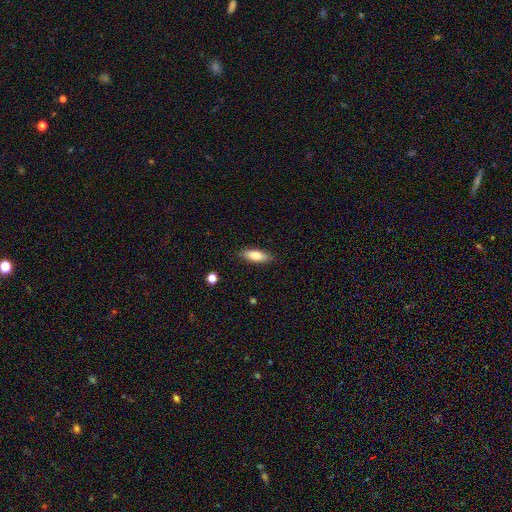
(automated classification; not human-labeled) Smooth or featured?
  - smooth: 81% *
  - featured or disk: 13%
  - star or artifact: 7%
How rounded?
  - in between: 68% *
  - cigar-shaped: 30%
  - round: 2%
Merging?
  - none: 87% *
  - minor disturbance: 10%
  - major disturbance: 2%
  - merger: 1%